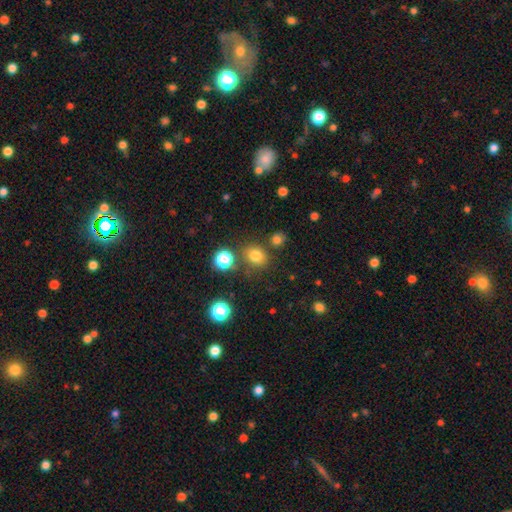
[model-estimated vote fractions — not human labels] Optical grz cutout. It shows a smooth galaxy with no disk features (76%) that is round (66%). Merging: none (76%).